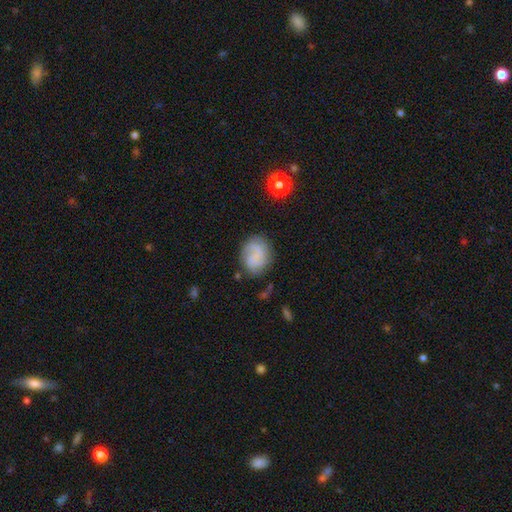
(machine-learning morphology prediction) Smooth or featured? Predicted: featured or disk (p=0.56). Edge-on disk? Predicted: no (p=0.98). Bar? Predicted: no (p=0.62). Spiral arms? Predicted: yes (p=0.90). Bulge size? Predicted: none (p=0.64). Merging? Predicted: none (p=0.70).